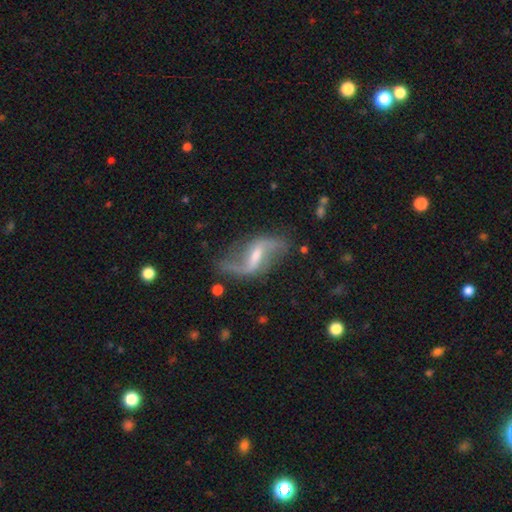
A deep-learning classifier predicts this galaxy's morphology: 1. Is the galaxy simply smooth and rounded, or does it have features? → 88% featured or disk, 6% star or artifact, 6% smooth.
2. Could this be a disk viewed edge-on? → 95% no, 5% yes.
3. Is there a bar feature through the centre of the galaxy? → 47% weak, 37% strong, 16% no.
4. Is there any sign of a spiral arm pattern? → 96% yes, 4% no.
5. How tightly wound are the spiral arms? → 83% loose, 13% medium, 4% tight.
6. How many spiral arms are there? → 93% 2, 2% 1, 2% can't tell, 1% 3, 1% 4, 1% more than 4.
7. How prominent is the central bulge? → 51% small, 36% moderate, 9% none, 3% large, 1% dominant.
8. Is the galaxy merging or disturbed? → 76% none, 14% minor disturbance, 7% major disturbance, 3% merger.